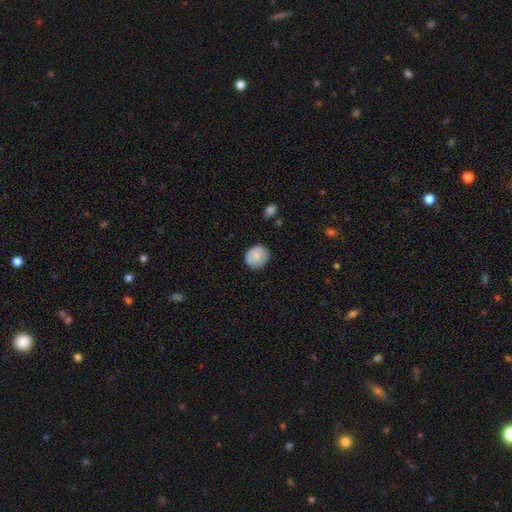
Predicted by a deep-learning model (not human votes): Smooth or featured?
  - smooth: 82% *
  - featured or disk: 11%
  - star or artifact: 7%
How rounded?
  - round: 83% *
  - in between: 17%
  - cigar-shaped: 1%
Merging?
  - none: 81% *
  - minor disturbance: 15%
  - major disturbance: 3%
  - merger: 1%